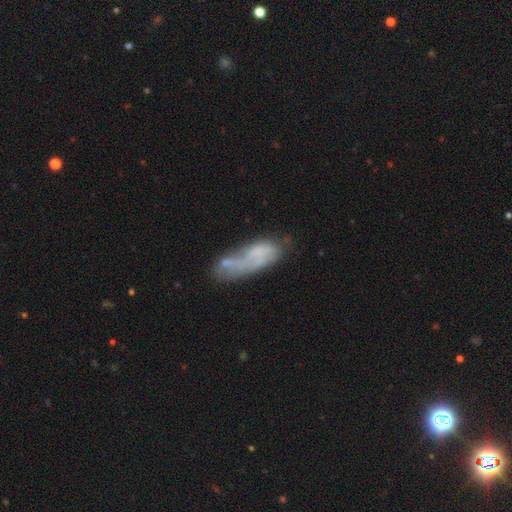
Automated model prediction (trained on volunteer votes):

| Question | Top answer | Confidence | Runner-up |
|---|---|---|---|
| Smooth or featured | smooth | 48% | featured or disk (44%) |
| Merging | none | 37% | minor disturbance (25%) |